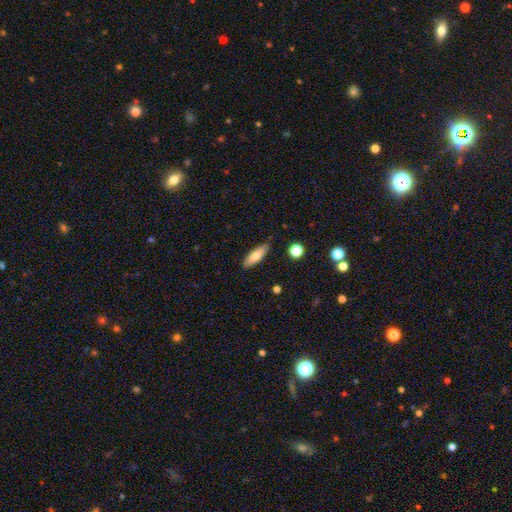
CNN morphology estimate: Smooth or featured? smooth (71%)
How rounded? in between (50%)
Merging? none (85%)